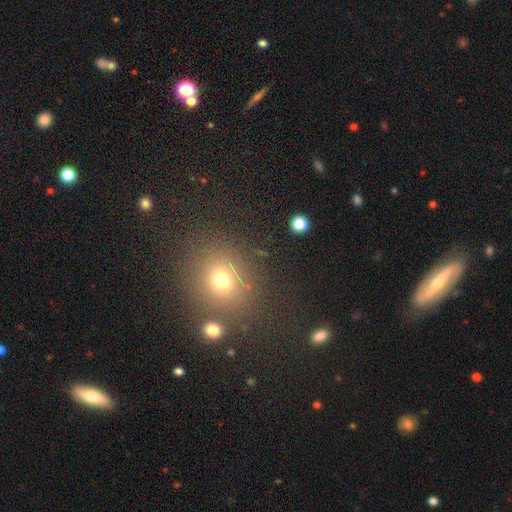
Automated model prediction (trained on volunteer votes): This is likely a smooth galaxy (62%). How rounded: likely round (75%). Merging: clearly none (84%).